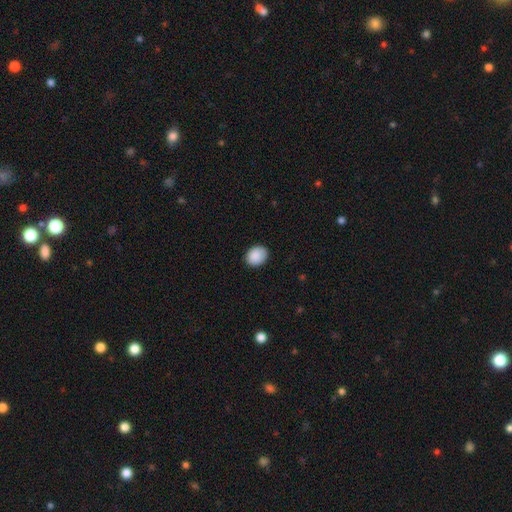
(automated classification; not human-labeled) smooth 89%, star or artifact 7%, featured or disk 3%. Down the decision tree: how rounded — in between (52%); merging — none (85%).